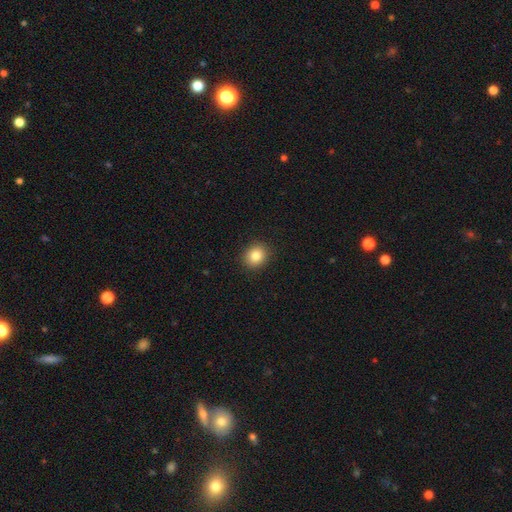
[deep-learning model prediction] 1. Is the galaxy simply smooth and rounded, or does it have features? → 84% smooth, 10% star or artifact, 6% featured or disk.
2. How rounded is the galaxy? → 76% round, 23% in between, 1% cigar-shaped.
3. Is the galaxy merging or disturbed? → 91% none, 6% minor disturbance, 2% major disturbance, 1% merger.